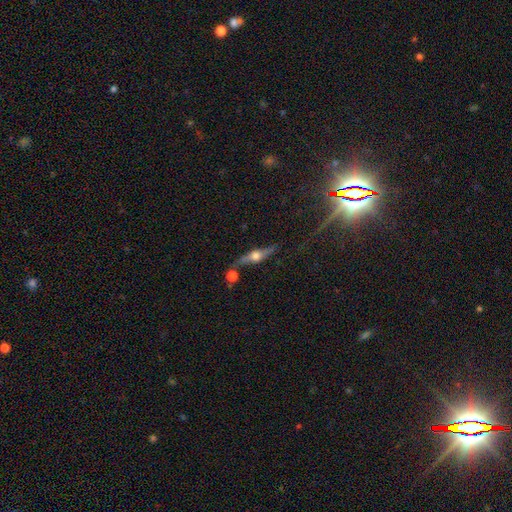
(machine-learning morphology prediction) A featured or disk galaxy (72%) viewed edge-on (87%) with a rounded central bulge (94%).

Vote fractions:
- Smooth or featured? featured or disk: 72% / smooth: 21% / star or artifact: 8%
- Edge-on disk? yes: 87% / no: 13%
- Edge-on bulge? rounded: 94% / boxy: 4% / none: 2%
- Merging? none: 64% / minor disturbance: 15% / merger: 14% / major disturbance: 6%